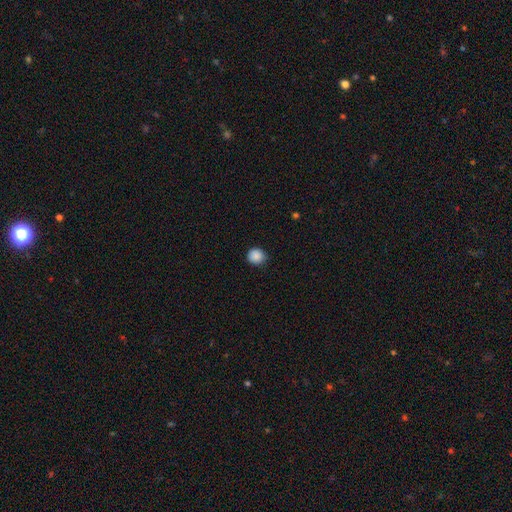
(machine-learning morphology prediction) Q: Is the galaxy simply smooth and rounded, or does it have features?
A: smooth — 88%.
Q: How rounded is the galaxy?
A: round — 90%.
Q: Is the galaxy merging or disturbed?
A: none — 87%.